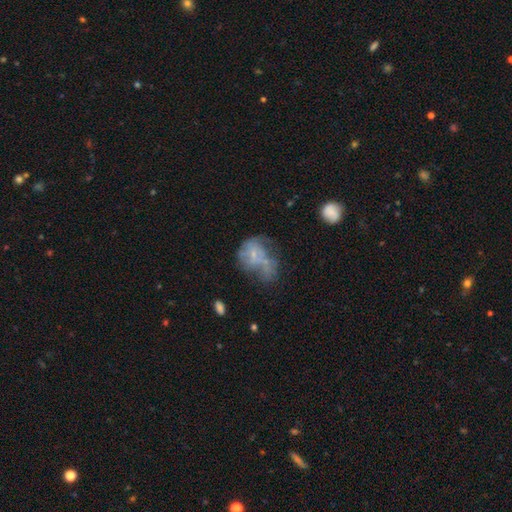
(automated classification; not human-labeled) The model was most divided on "merging": major disturbance: 35%, none: 25%, minor disturbance: 21%, merger: 19%. Remaining: smooth or featured — featured or disk (49%).